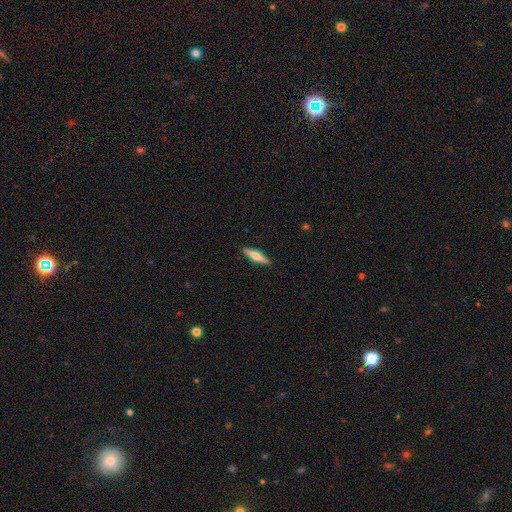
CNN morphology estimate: smooth-or-featured: featured or disk: 50% | smooth: 45% | star or artifact: 5%
  merging: none: 91% | minor disturbance: 7% | major disturbance: 2% | merger: 1%